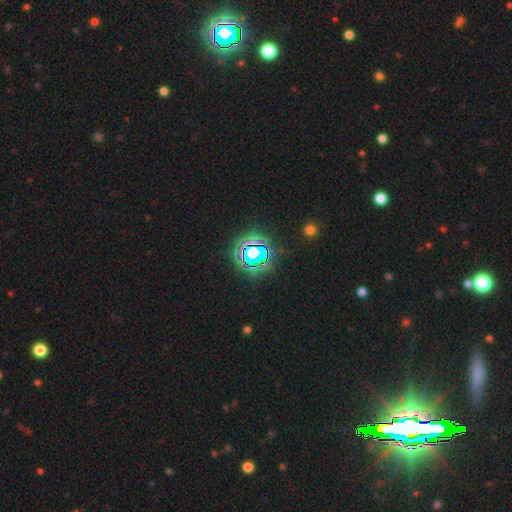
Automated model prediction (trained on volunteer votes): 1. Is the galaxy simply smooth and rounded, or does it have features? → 77% star or artifact, 13% smooth, 9% featured or disk.